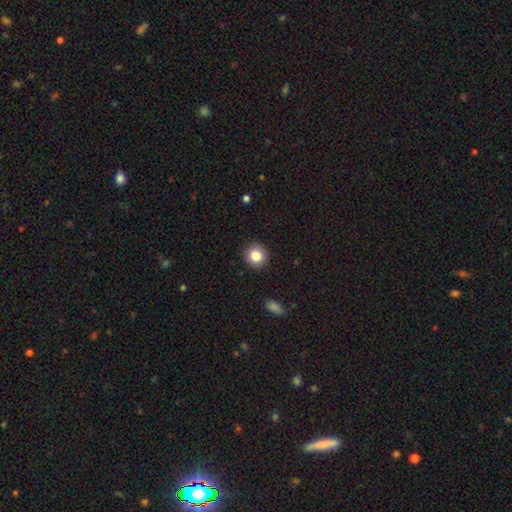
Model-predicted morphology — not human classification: This appears to be a smooth galaxy with no disk features (85%) that is round (91%). Merging: none (91%).